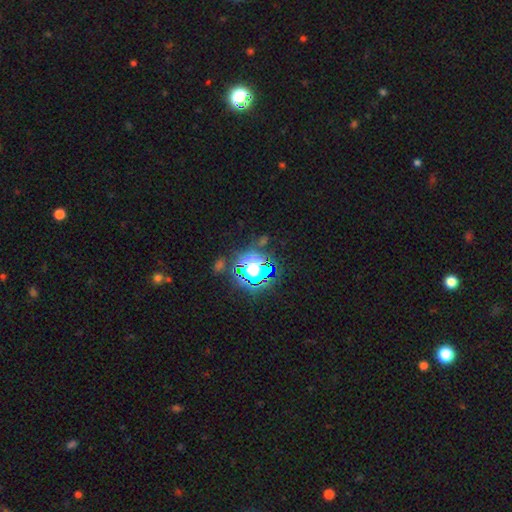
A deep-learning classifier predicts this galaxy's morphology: Q: Smooth or featured?
A: star or artifact (77%); runner-up: smooth (15%)